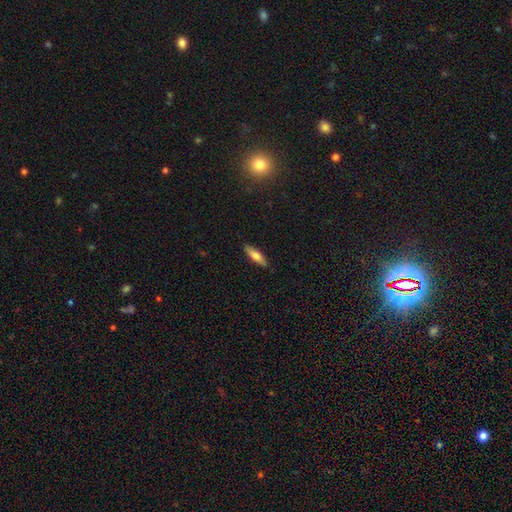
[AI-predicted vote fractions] smooth_or_featured: smooth (p=0.70) [alt: featured or disk p=0.23]
how_rounded: cigar-shaped (p=0.57) [alt: in between p=0.41]
merging: none (p=0.88) [alt: minor disturbance p=0.09]